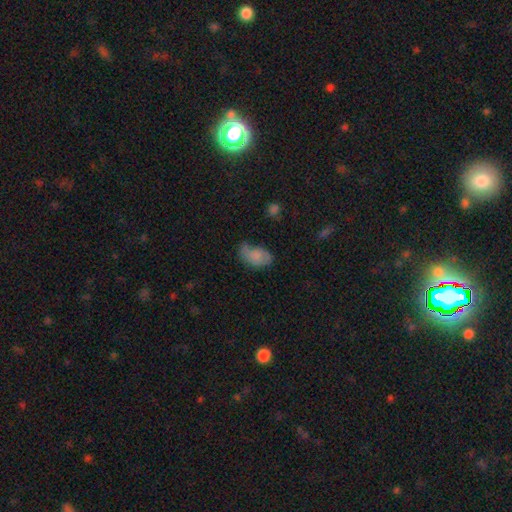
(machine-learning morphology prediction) Overall: smooth (69%). How rounded: in between (90%). Merging: none (41%; minor disturbance 35%).